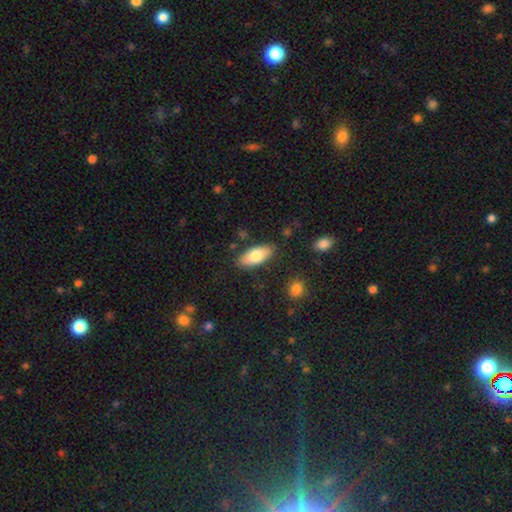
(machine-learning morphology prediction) This is likely a smooth galaxy (75%). How rounded: clearly in between (86%). Merging: clearly none (84%).